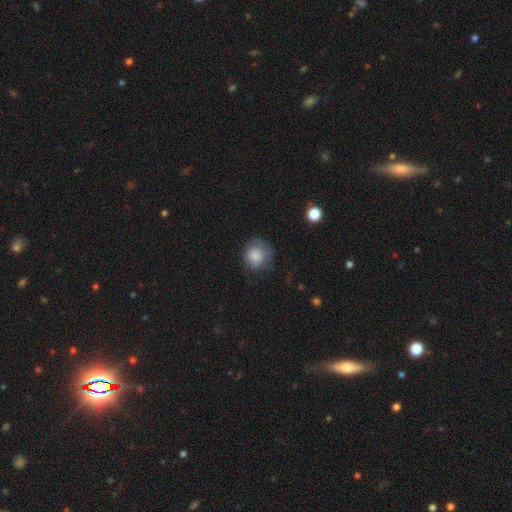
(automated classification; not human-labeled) Overall: smooth (80%). How rounded: round (80%). Merging: none (58%; minor disturbance 26%).